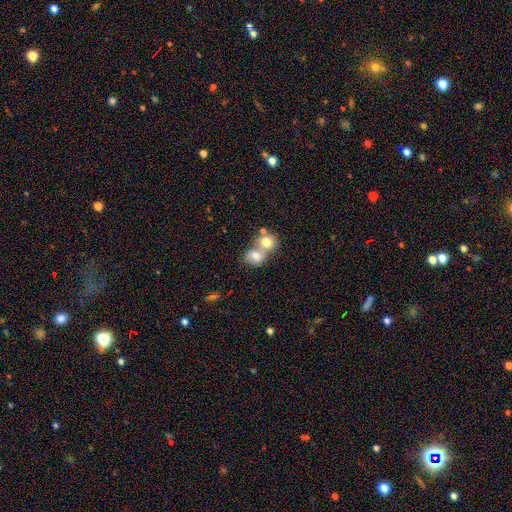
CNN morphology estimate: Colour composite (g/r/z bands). It shows a smooth galaxy with no disk features (74%) that is round (59%). Merging: merger (70%).